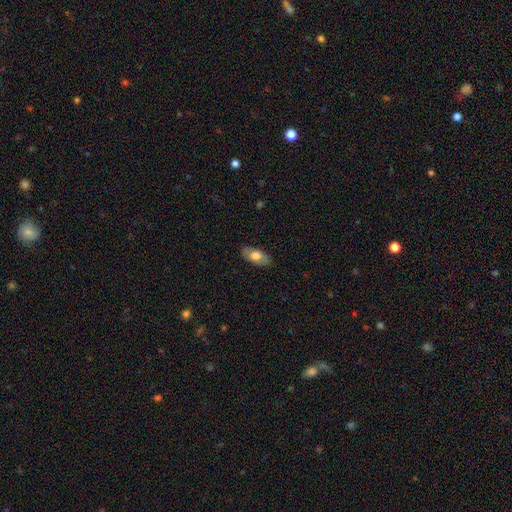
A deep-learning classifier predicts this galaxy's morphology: Smooth or featured? Predicted: smooth (p=0.68). How rounded? Predicted: in between (p=0.90). Merging? Predicted: none (p=0.84).